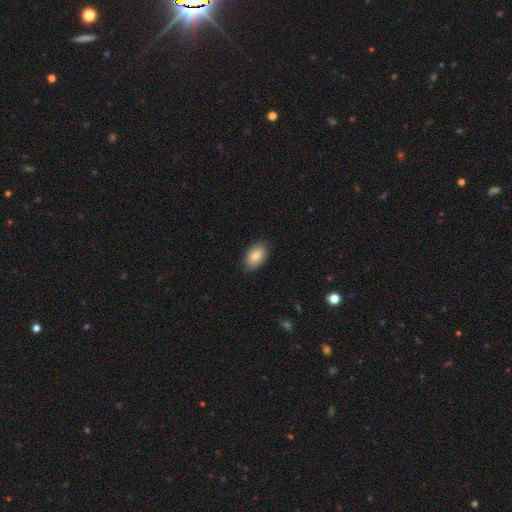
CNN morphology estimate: type=smooth (82%); roundness=in between (90%); merging=none (82%).